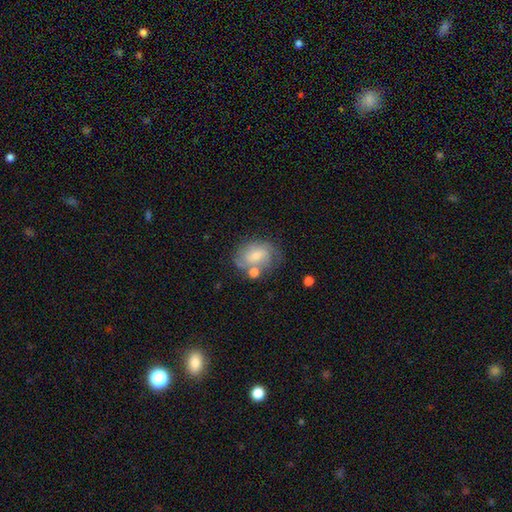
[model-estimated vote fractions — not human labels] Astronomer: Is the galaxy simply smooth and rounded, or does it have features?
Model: smooth — 47% (runner-up: featured or disk, 44%).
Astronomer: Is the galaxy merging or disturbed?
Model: none — 49%.